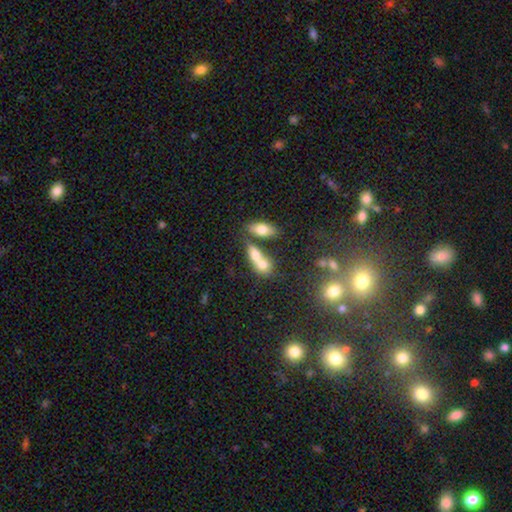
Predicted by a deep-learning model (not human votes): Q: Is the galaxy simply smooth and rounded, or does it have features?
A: smooth — 70%.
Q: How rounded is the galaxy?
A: in between — 69%.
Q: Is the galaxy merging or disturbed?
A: merger — 62%.